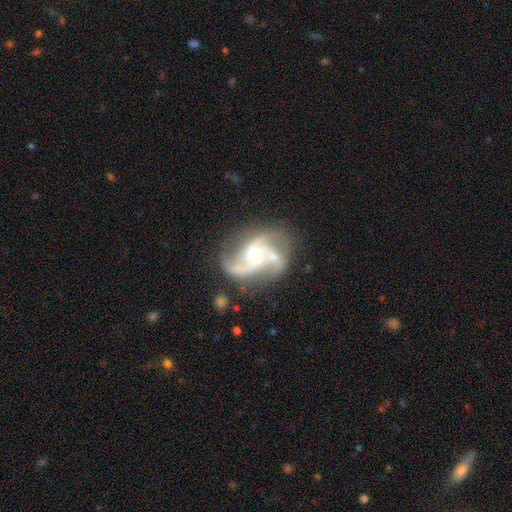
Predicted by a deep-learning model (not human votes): Overall: featured or disk (88%). Edge-on disk: no (98%). Bar: no (58%; weak 33%). Spiral arms: yes (97%). Spiral arm count: 3 (62%). Spiral winding: medium (53%; loose 32%). Bulge size: small (50%; moderate 38%). Merging: none (58%; minor disturbance 19%).